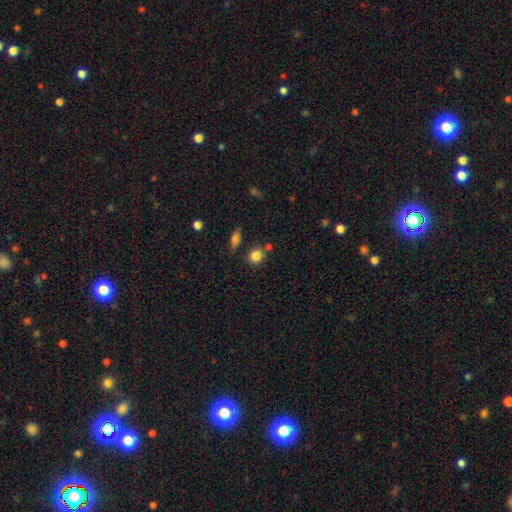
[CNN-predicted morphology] Smooth or featured: smooth — 84% (star or artifact — 10%)
How rounded: round — 82% (in between — 17%)
Merging: none — 73% (minor disturbance — 12%)